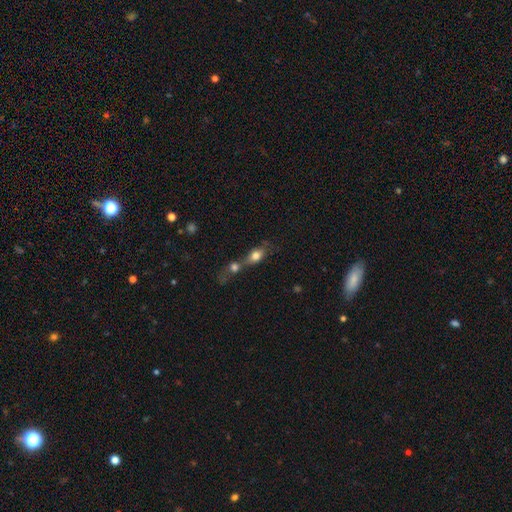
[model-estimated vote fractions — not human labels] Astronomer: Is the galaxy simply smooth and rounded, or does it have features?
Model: smooth — 76%.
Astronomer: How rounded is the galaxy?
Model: in between — 64%.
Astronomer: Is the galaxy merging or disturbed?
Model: merger — 69%.